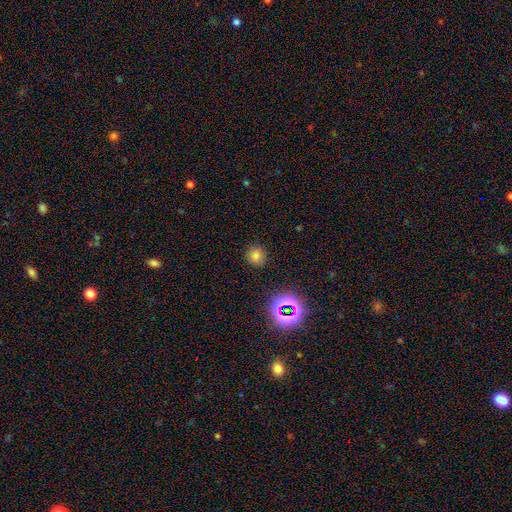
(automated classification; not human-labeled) smooth_or_featured: smooth (p=0.72) [alt: star or artifact p=0.20]
how_rounded: round (p=0.87) [alt: in between p=0.12]
merging: none (p=0.88) [alt: minor disturbance p=0.08]